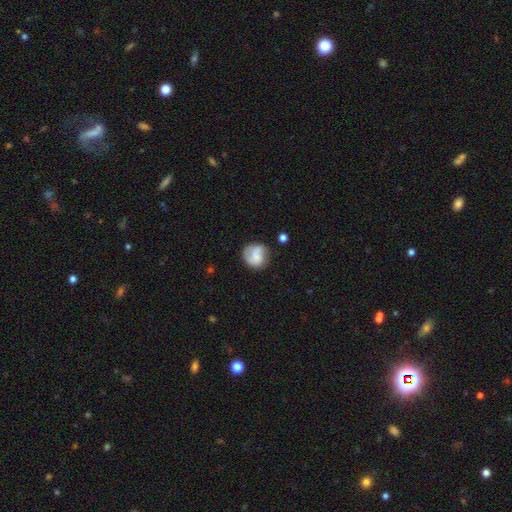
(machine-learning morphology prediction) Q: Smooth or featured?
A: smooth (55%); runner-up: featured or disk (37%)
Q: How rounded?
A: round (81%); runner-up: in between (18%)
Q: Merging?
A: none (59%); runner-up: minor disturbance (24%)